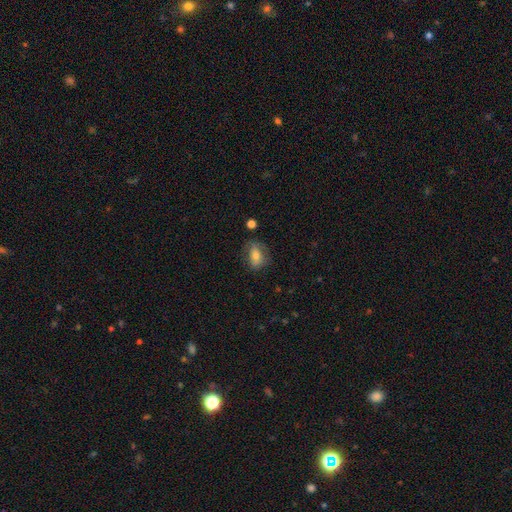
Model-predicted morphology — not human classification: The model was most divided on "smooth or featured": smooth: 67%, featured or disk: 24%, star or artifact: 9%. More confident: how rounded — in between (78%); merging — none (67%).